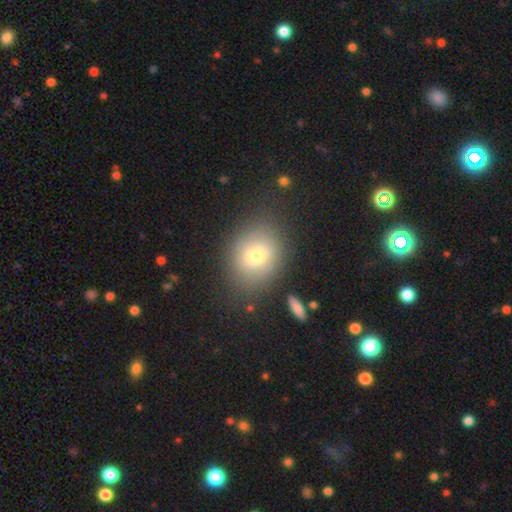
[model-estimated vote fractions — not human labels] Smooth or featured? Predicted: smooth (p=0.71). How rounded? Predicted: round (p=0.53). Merging? Predicted: none (p=0.79).